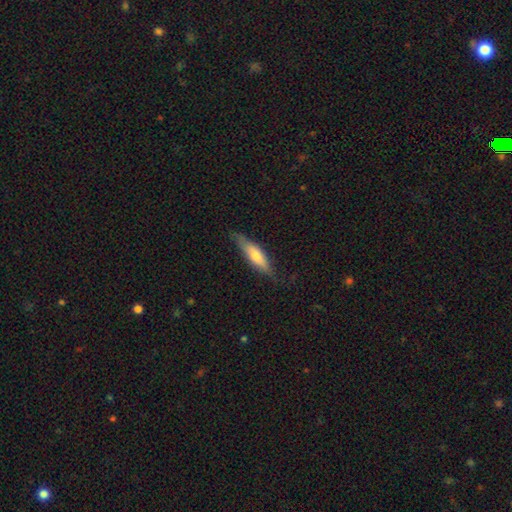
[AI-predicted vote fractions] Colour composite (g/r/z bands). It shows a smooth galaxy with no disk features (60%) that is cigar-shaped (69%). Merging: none (73%).